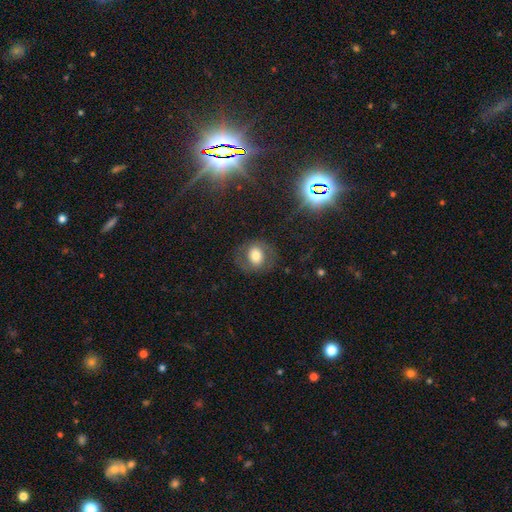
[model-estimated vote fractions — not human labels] Smooth or featured?
  - smooth: 61% *
  - featured or disk: 27%
  - star or artifact: 12%
How rounded?
  - round: 62% *
  - in between: 37%
  - cigar-shaped: 1%
Merging?
  - none: 76% *
  - minor disturbance: 13%
  - major disturbance: 10%
  - merger: 1%